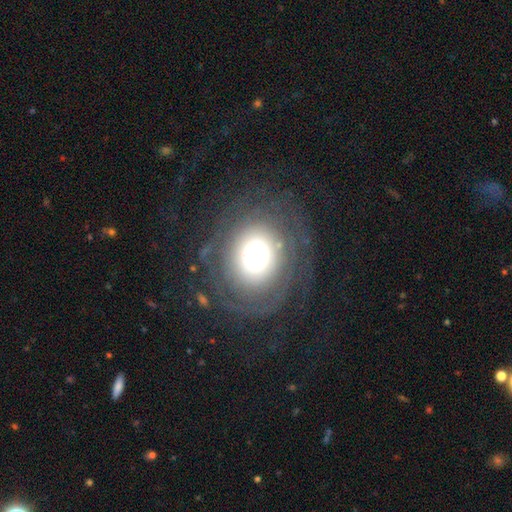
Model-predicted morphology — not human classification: smooth_or_featured: featured or disk (p=0.53) [alt: smooth p=0.33]
disk_edge_on: no (p=0.94) [alt: yes p=0.06]
bar: no (p=0.85) [alt: weak p=0.09]
has_spiral_arms: yes (p=0.62) [alt: no p=0.38]
bulge_size: large (p=0.45) [alt: dominant p=0.31]
merging: none (p=0.68) [alt: major disturbance p=0.16]